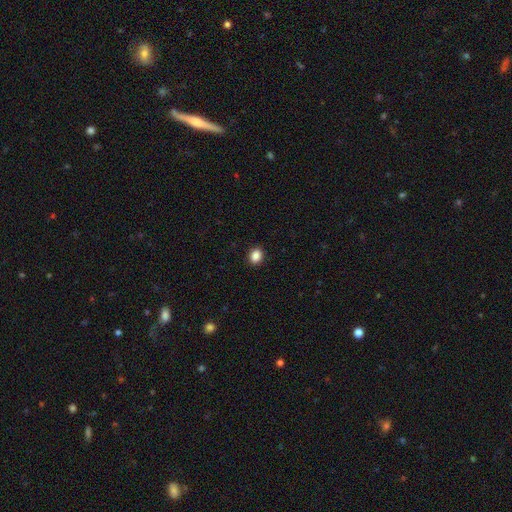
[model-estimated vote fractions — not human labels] smooth_or_featured: smooth (p=0.88) [alt: star or artifact p=0.09]
how_rounded: round (p=0.53) [alt: in between p=0.46]
merging: none (p=0.92) [alt: minor disturbance p=0.06]